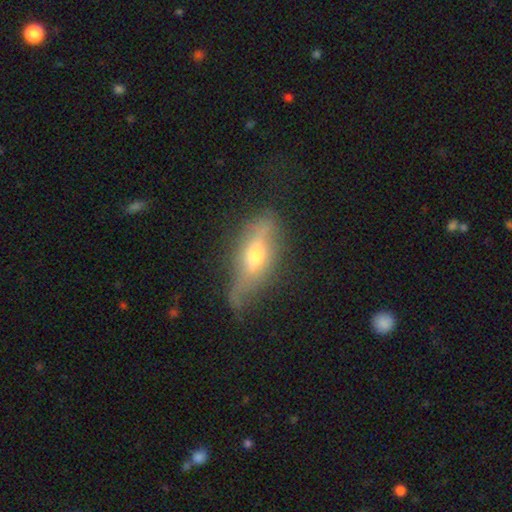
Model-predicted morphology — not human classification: A featured or disk galaxy (56%) viewed edge-on (67%). Merging: none (56%).